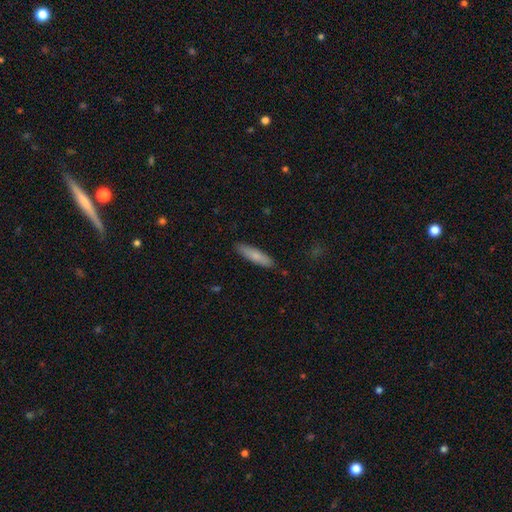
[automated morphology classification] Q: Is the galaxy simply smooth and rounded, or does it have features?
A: smooth — 79%.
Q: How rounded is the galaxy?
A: cigar-shaped — 78%.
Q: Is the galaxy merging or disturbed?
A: none — 88%.